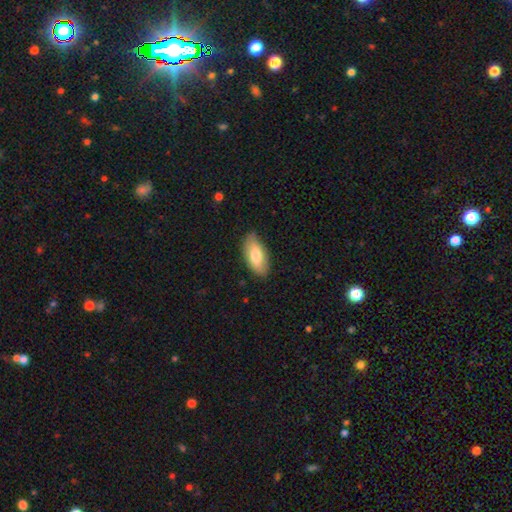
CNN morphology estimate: This is likely a smooth galaxy (75%). How rounded: clearly in between (90%). Merging: clearly none (81%).